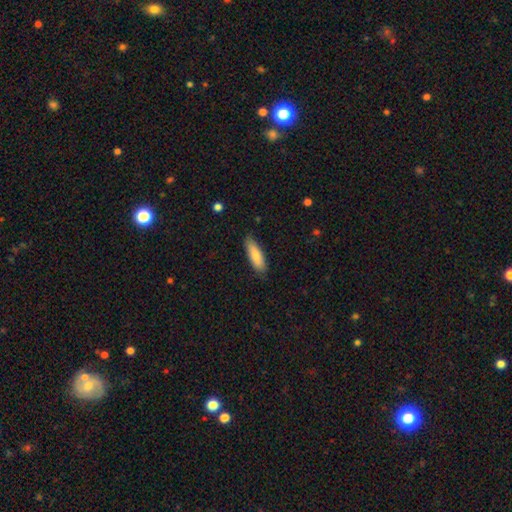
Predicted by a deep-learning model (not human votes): Q: Smooth or featured?
A: smooth (84%); runner-up: featured or disk (11%)
Q: How rounded?
A: in between (53%); runner-up: cigar-shaped (46%)
Q: Merging?
A: none (82%); runner-up: minor disturbance (15%)